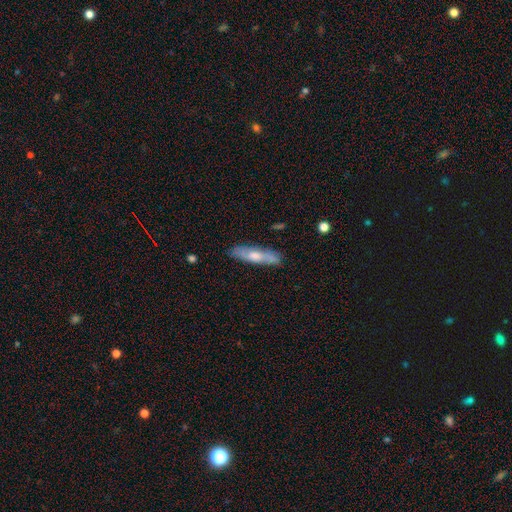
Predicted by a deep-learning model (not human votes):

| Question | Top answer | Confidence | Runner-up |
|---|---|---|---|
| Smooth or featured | smooth | 53% | featured or disk (41%) |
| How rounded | cigar-shaped | 72% | in between (26%) |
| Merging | none | 80% | minor disturbance (15%) |